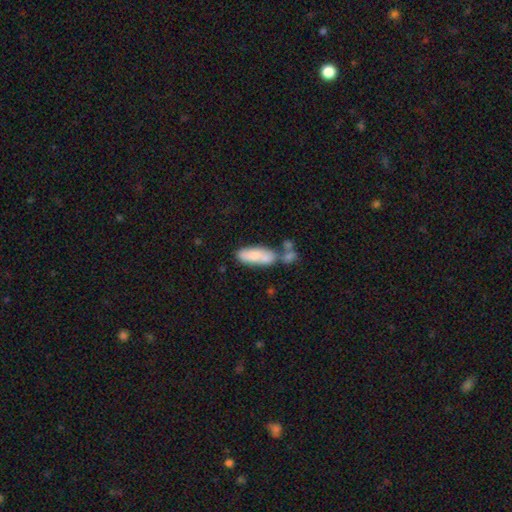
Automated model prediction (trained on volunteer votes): Smooth or featured?
  - smooth: 73% *
  - featured or disk: 20%
  - star or artifact: 7%
How rounded?
  - in between: 68% *
  - cigar-shaped: 30%
  - round: 2%
Merging?
  - merger: 41% *
  - none: 35%
  - minor disturbance: 17%
  - major disturbance: 7%